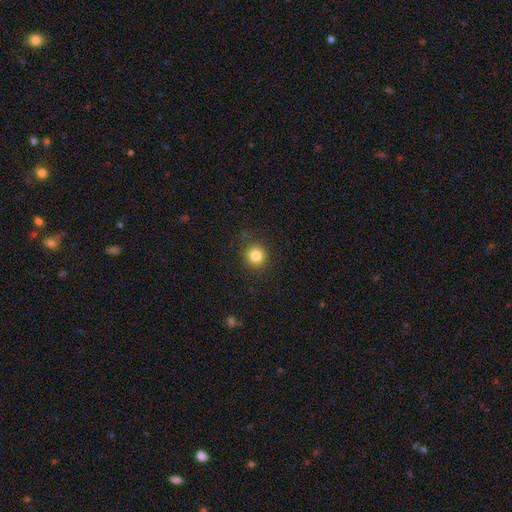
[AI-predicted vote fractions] A smooth galaxy with no disk features (83%) that is round (90%).

Vote fractions:
- Smooth or featured? smooth: 83% / star or artifact: 11% / featured or disk: 6%
- How rounded? round: 90% / in between: 9% / cigar-shaped: 1%
- Merging? none: 88% / minor disturbance: 8% / major disturbance: 3% / merger: 1%